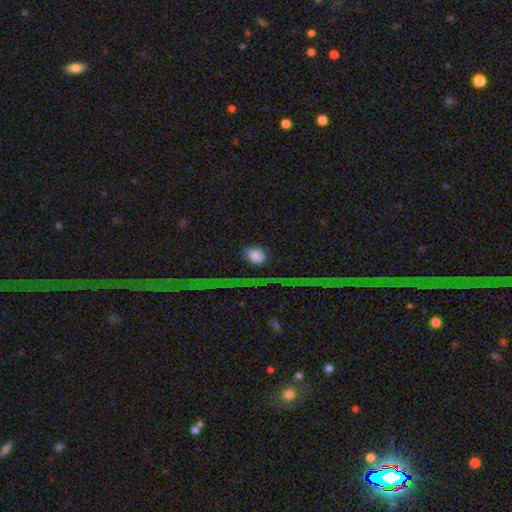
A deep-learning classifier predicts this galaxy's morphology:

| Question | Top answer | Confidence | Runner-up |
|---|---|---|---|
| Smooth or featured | smooth | 72% | star or artifact (17%) |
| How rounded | round | 55% | in between (42%) |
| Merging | none | 74% | minor disturbance (14%) |